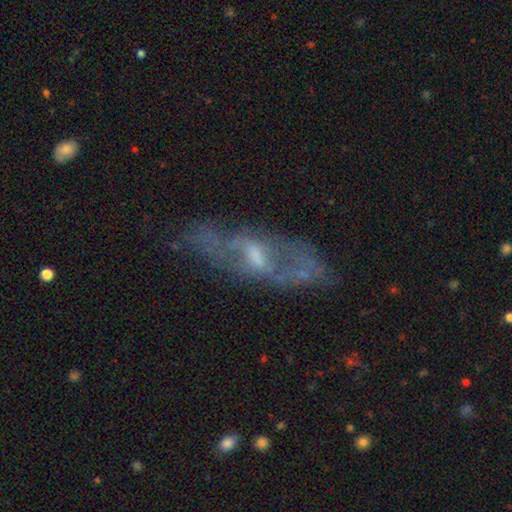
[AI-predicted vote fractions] This appears to be a featured or disk galaxy (70%) with a weak bar (45%), no spiral arms (52%) and a moderate central bulge (39%). Merging: none (55%).